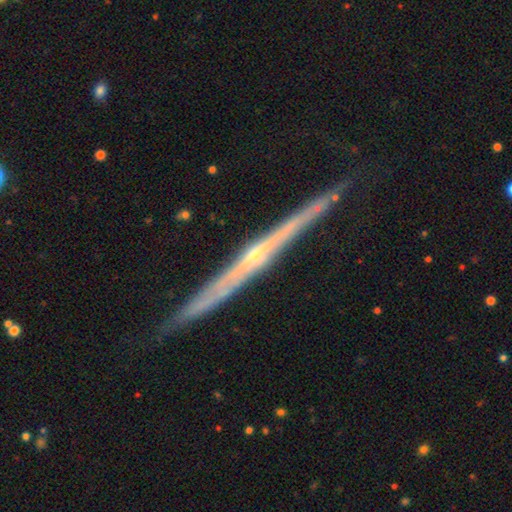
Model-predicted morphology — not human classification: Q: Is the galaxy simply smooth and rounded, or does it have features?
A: featured or disk — 85%.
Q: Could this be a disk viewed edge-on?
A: yes — 97%.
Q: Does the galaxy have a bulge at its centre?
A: rounded — 60%.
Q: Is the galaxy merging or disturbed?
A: none — 85%.